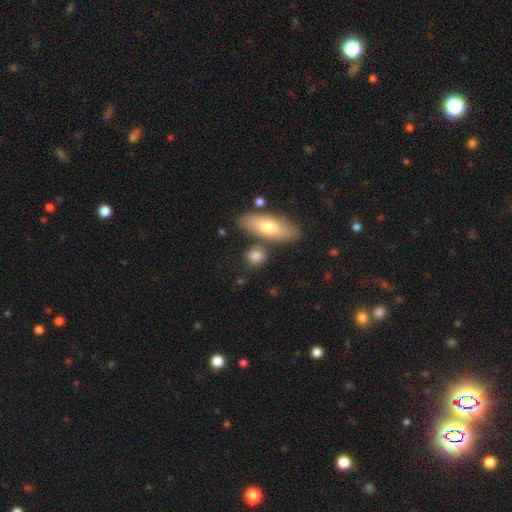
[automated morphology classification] Smooth or featured? Predicted: smooth (p=0.80). How rounded? Predicted: round (p=0.52). Merging? Predicted: none (p=0.71).